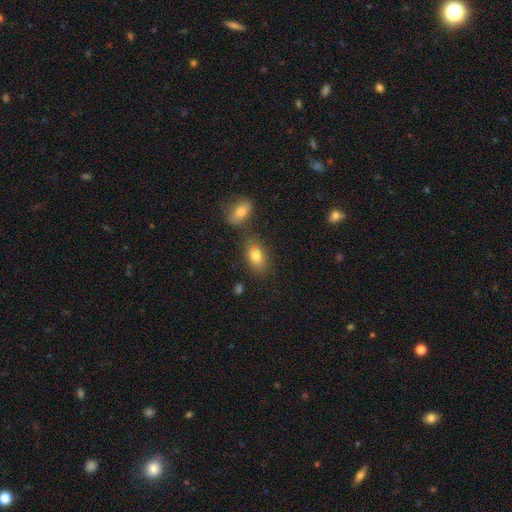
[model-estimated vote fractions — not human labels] Smooth or featured? smooth (79%)
How rounded? in between (85%)
Merging? none (67%)